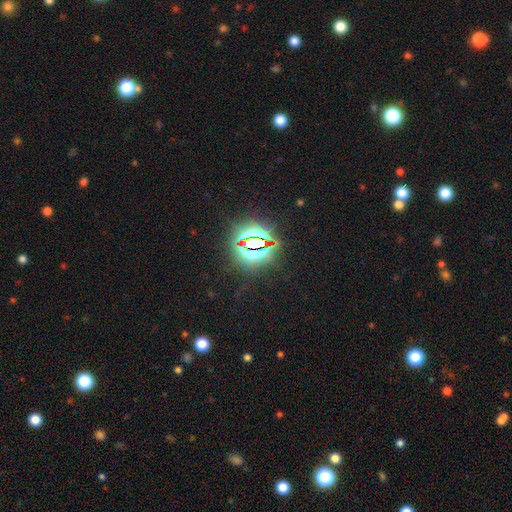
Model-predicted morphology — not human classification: smooth-or-featured: star or artifact: 82% | smooth: 11% | featured or disk: 7%